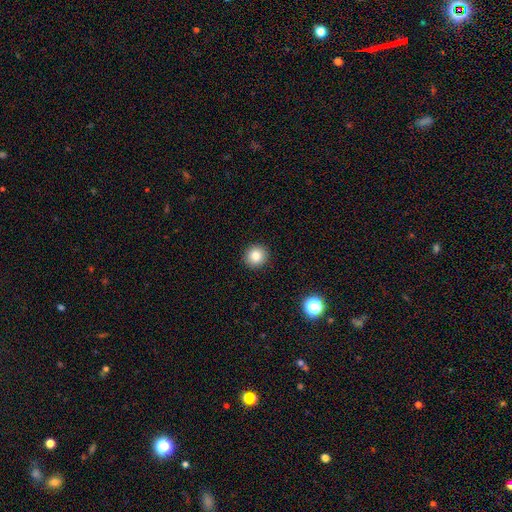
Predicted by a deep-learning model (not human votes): A smooth galaxy with no disk features (84%) that is round (90%). Merging: none (92%).